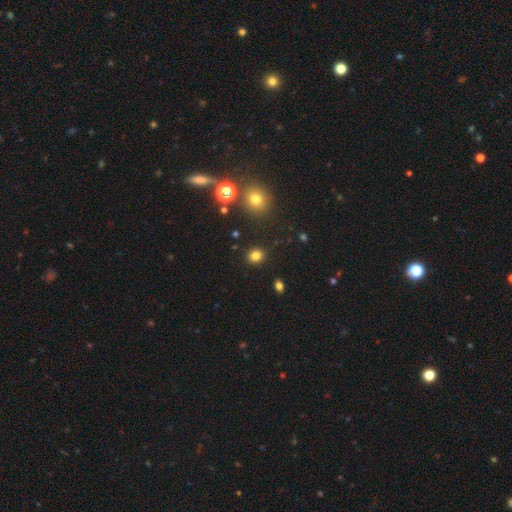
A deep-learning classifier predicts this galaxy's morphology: A smooth galaxy with no disk features (81%) that is round (80%).

Vote fractions:
- Smooth or featured? smooth: 81% / star or artifact: 14% / featured or disk: 5%
- How rounded? round: 80% / in between: 19% / cigar-shaped: 1%
- Merging? none: 89% / minor disturbance: 6% / major disturbance: 2% / merger: 2%